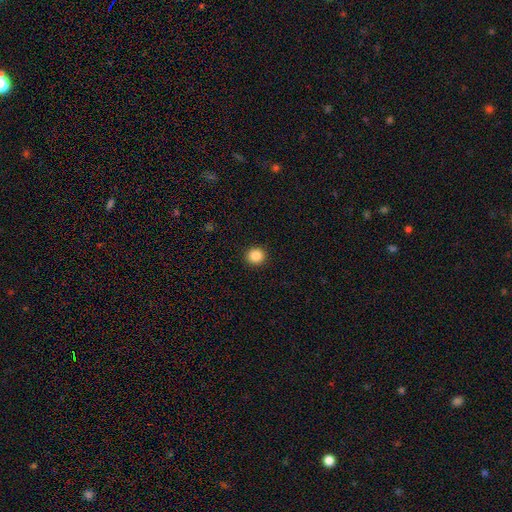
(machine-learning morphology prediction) type=smooth (86%); roundness=round (92%); merging=none (93%).